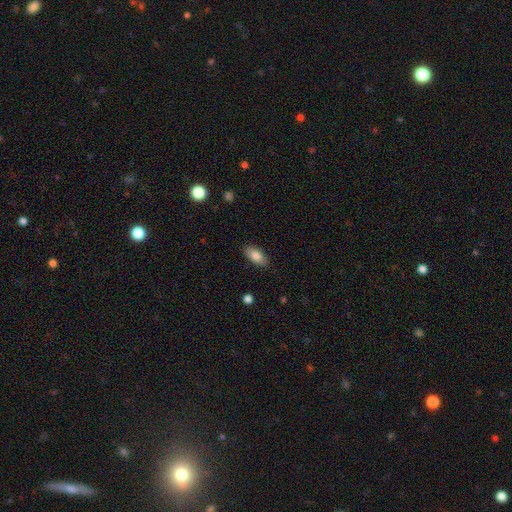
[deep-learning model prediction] smooth_or_featured: smooth (p=0.84) [alt: featured or disk p=0.09]
how_rounded: in between (p=0.89) [alt: cigar-shaped p=0.08]
merging: none (p=0.86) [alt: minor disturbance p=0.11]